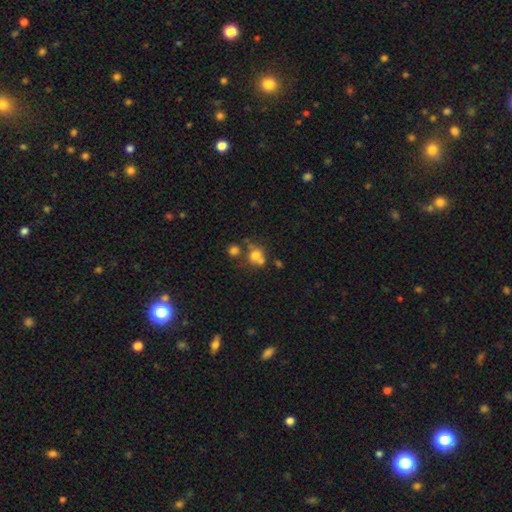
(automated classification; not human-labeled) This appears to be a smooth galaxy with no disk features (69%) that is round (73%). Merging: none (42%).